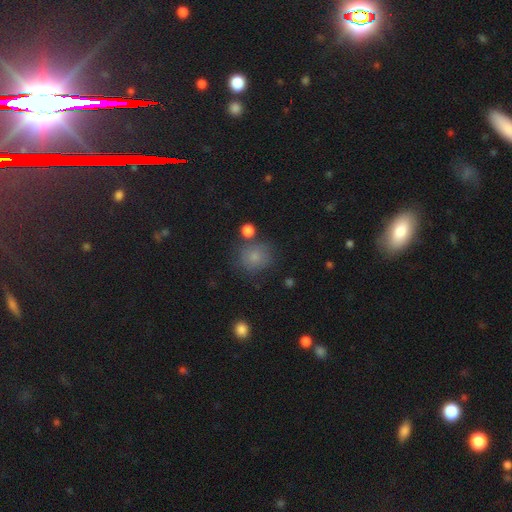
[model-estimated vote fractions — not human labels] smooth-or-featured: smooth: 79% | star or artifact: 12% | featured or disk: 10%
  how-rounded: round: 84% | in between: 15% | cigar-shaped: 1%
  merging: none: 71% | minor disturbance: 16% | merger: 7% | major disturbance: 6%